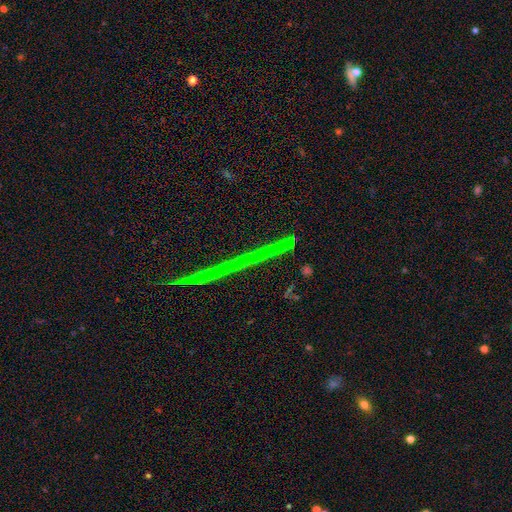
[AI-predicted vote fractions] Morphology: type=star or artifact (58%).